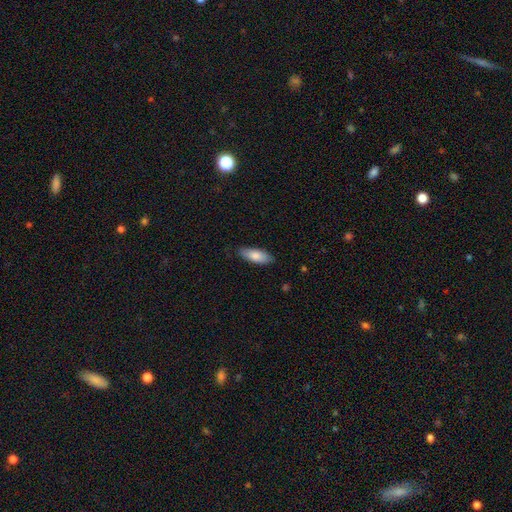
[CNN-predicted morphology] Overall: smooth (83%). How rounded: in between (75%). Merging: none (84%).